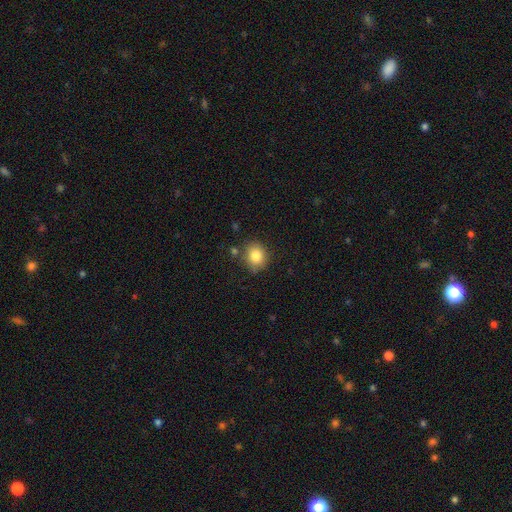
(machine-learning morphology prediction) smooth-or-featured: smooth: 83% | star or artifact: 10% | featured or disk: 7%
  how-rounded: round: 71% | in between: 28% | cigar-shaped: 1%
  merging: none: 79% | minor disturbance: 14% | merger: 4% | major disturbance: 3%